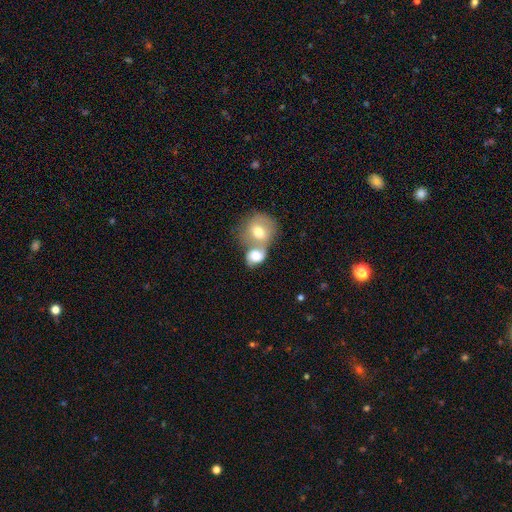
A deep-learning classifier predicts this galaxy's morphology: Smooth or featured?
  - smooth: 65% *
  - featured or disk: 27%
  - star or artifact: 8%
How rounded?
  - round: 52% *
  - in between: 46%
  - cigar-shaped: 2%
Merging?
  - merger: 68% *
  - none: 18%
  - minor disturbance: 8%
  - major disturbance: 6%